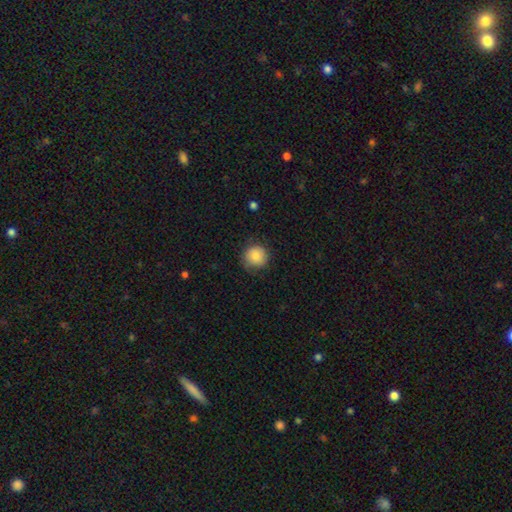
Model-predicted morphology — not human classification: Smooth or featured? Predicted: smooth (p=0.84). How rounded? Predicted: round (p=0.92). Merging? Predicted: none (p=0.76).